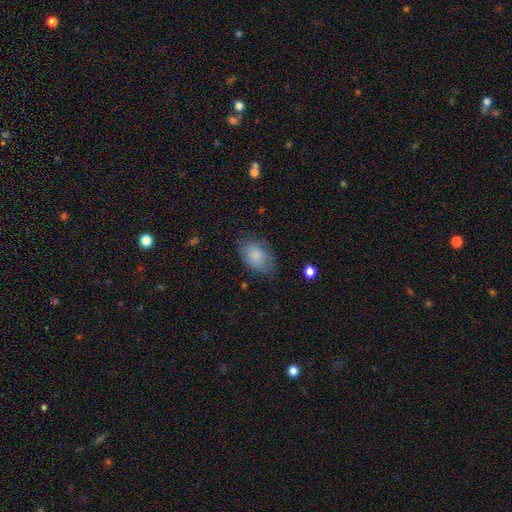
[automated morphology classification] Q: Smooth or featured?
A: smooth (84%); runner-up: featured or disk (9%)
Q: How rounded?
A: in between (86%); runner-up: round (13%)
Q: Merging?
A: none (69%); runner-up: minor disturbance (23%)